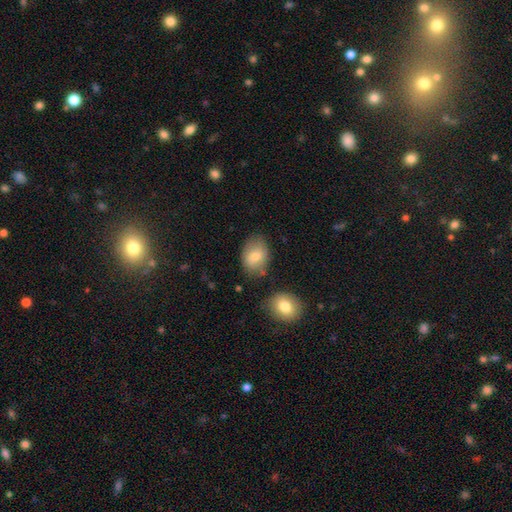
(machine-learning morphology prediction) smooth 79%, featured or disk 13%, star or artifact 7%. Down the decision tree: how rounded — in between (78%); merging — none (70%).